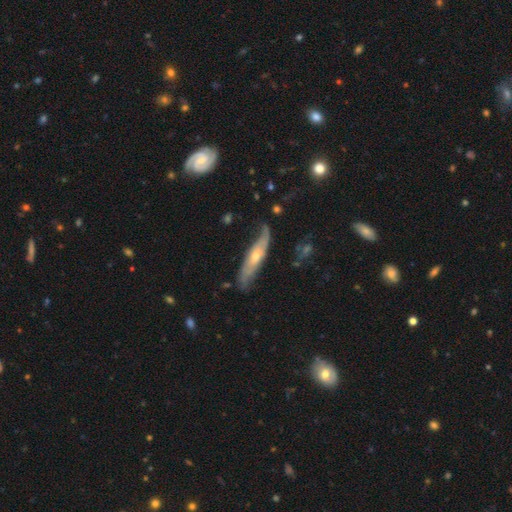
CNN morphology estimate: Overall: featured or disk (61%; smooth 32%). Edge-on disk: yes (56%; no 44%). Merging: none (63%; minor disturbance 26%).